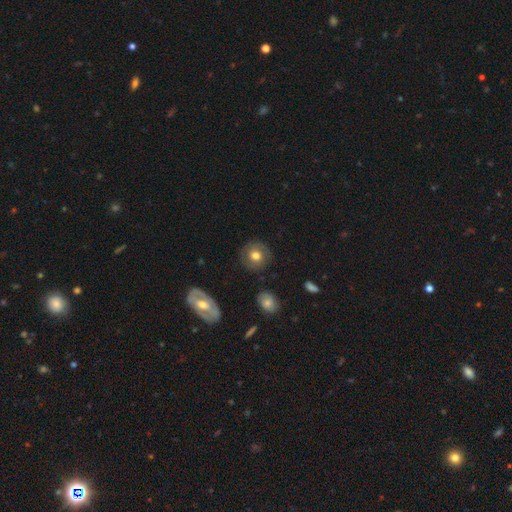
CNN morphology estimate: Q: Smooth or featured?
A: smooth (57%); runner-up: featured or disk (33%)
Q: How rounded?
A: round (89%); runner-up: in between (10%)
Q: Merging?
A: none (85%); runner-up: minor disturbance (10%)